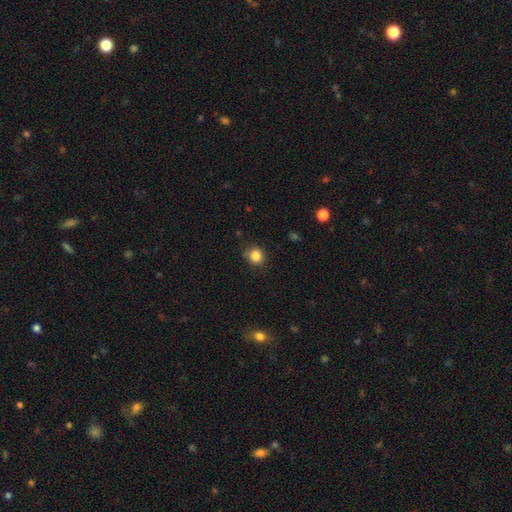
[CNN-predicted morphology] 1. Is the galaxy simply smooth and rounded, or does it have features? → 84% smooth, 11% star or artifact, 5% featured or disk.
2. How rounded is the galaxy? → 84% round, 15% in between, 1% cigar-shaped.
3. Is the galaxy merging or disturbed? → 79% none, 16% minor disturbance, 3% major disturbance, 2% merger.